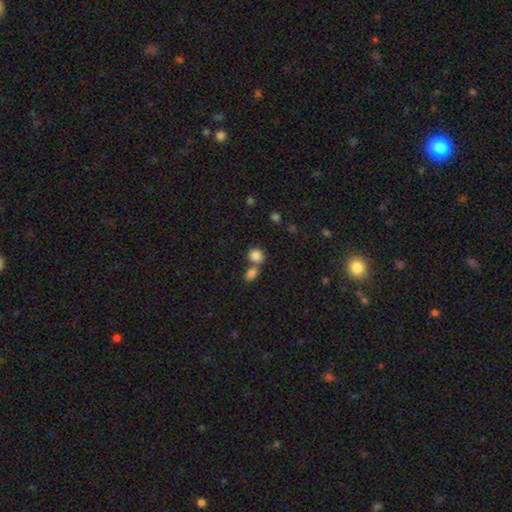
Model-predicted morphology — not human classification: This appears to be a smooth galaxy with no disk features (85%) that is round (68%). Merging: merger (46%).